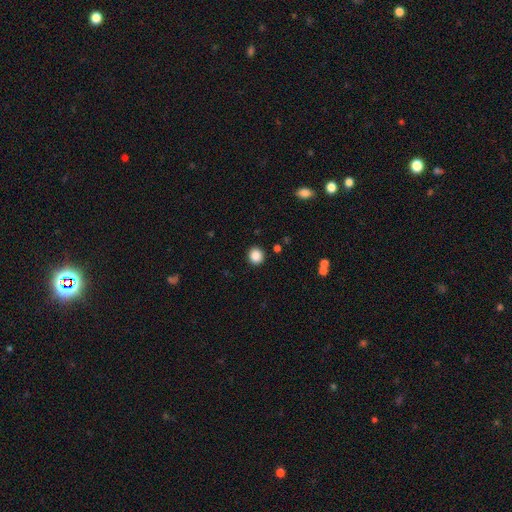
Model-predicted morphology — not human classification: smooth-or-featured: smooth: 88% | star or artifact: 10% | featured or disk: 3%
  how-rounded: round: 87% | in between: 12% | cigar-shaped: 1%
  merging: none: 91% | minor disturbance: 6% | major disturbance: 2% | merger: 1%